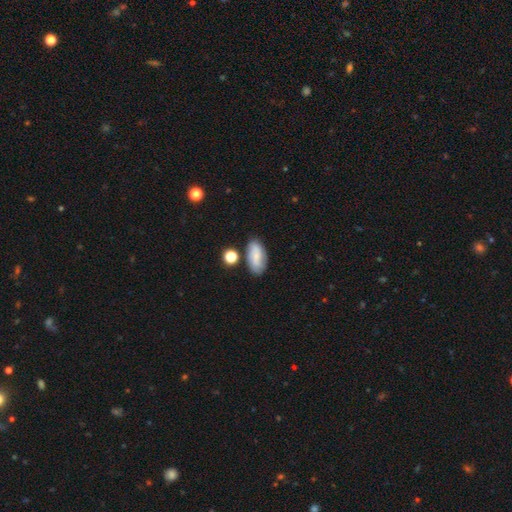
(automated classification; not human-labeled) Smooth or featured?
  - smooth: 66% *
  - featured or disk: 25%
  - star or artifact: 9%
How rounded?
  - in between: 90% *
  - cigar-shaped: 6%
  - round: 5%
Merging?
  - none: 72% *
  - minor disturbance: 17%
  - merger: 8%
  - major disturbance: 4%